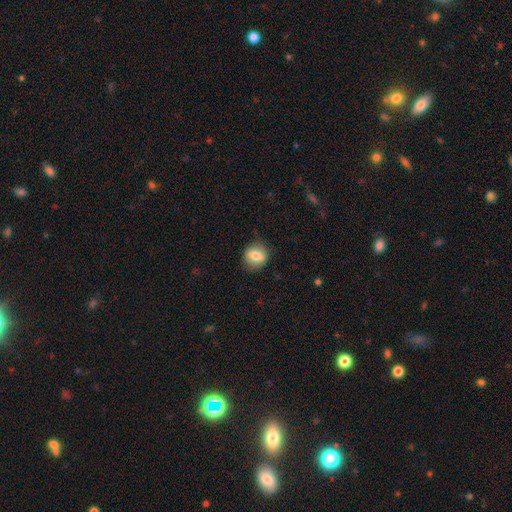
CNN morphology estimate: This appears to be a smooth galaxy with no disk features (65%) that is round (65%). Merging: none (84%).